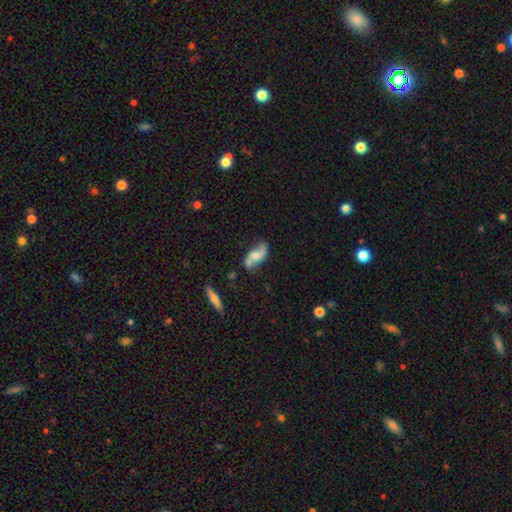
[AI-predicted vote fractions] This appears to be a featured or disk galaxy (70%) with no bar (64%), 2 (91%) loose (72%) spiral arms (91%) and a moderate central bulge (60%). Merging: none (71%).